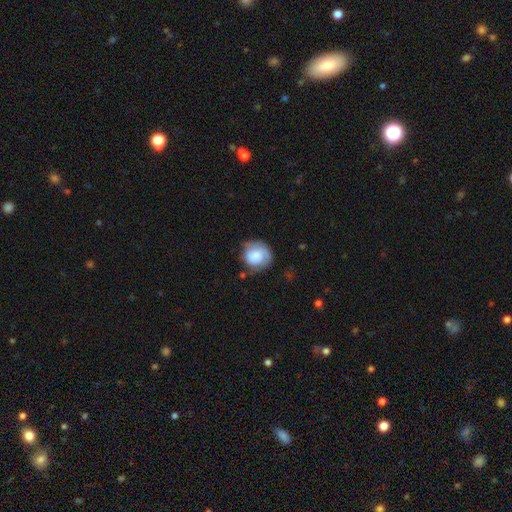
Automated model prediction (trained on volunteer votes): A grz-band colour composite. It shows a smooth galaxy with no disk features (66%) that is round (82%). Merging: none (59%).